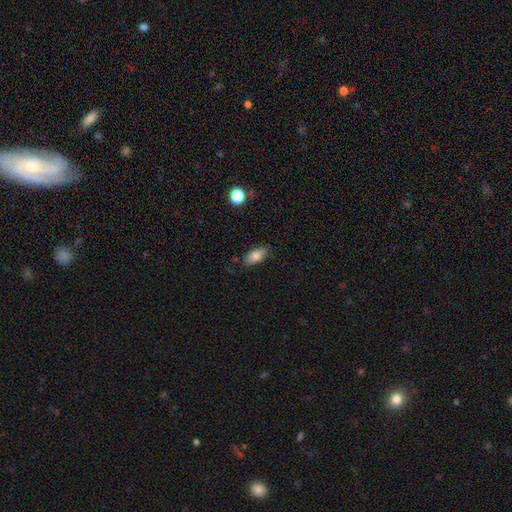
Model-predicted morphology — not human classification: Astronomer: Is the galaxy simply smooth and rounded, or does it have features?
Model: smooth — 82%.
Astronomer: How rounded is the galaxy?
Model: in between — 89%.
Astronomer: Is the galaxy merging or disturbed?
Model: none — 82%.